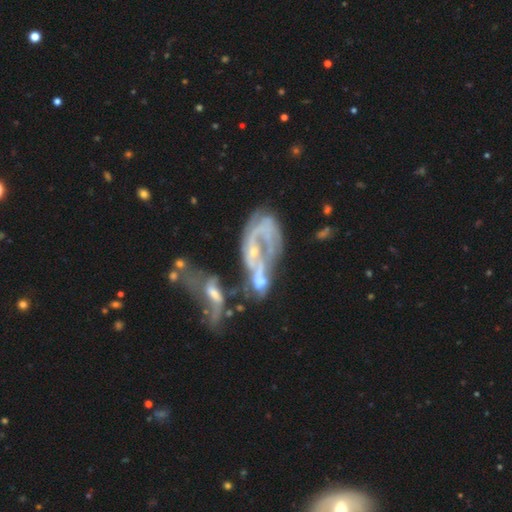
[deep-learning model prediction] Morphology: type=featured or disk (73%); edge-on=no (93%); bar=no (65%); spiral arms=yes (55%); bulge=small (47%); merging=merger (68%).